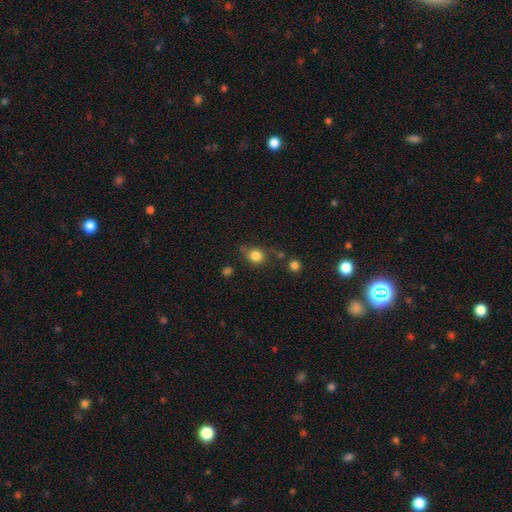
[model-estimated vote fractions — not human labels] A smooth galaxy with no disk features (82%) that is round (75%).

Vote fractions:
- Smooth or featured? smooth: 82% / star or artifact: 11% / featured or disk: 7%
- How rounded? round: 75% / in between: 23% / cigar-shaped: 1%
- Merging? none: 64% / minor disturbance: 20% / merger: 9% / major disturbance: 7%